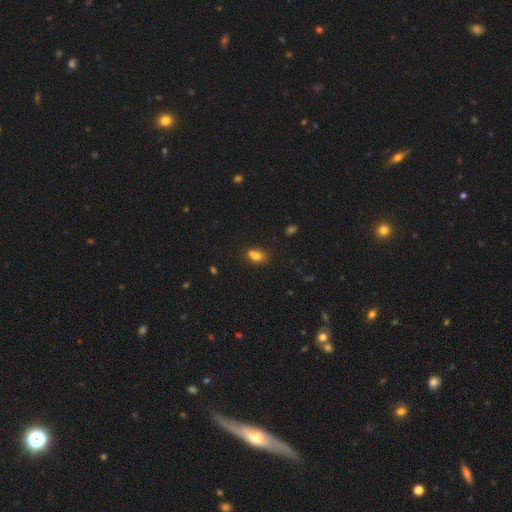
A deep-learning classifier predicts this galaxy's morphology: Smooth or featured? Predicted: smooth (p=0.76). How rounded? Predicted: in between (p=0.67). Merging? Predicted: none (p=0.46).